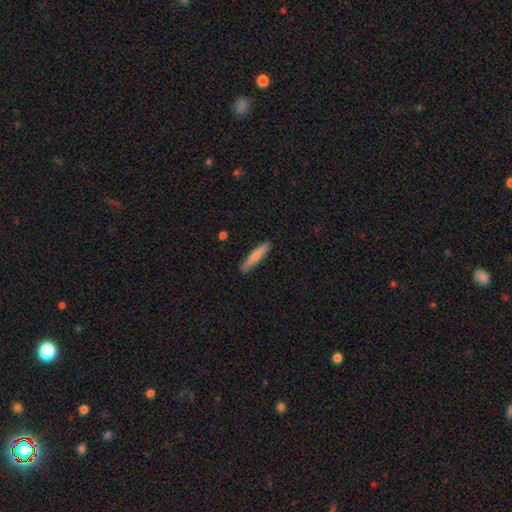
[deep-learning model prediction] A smooth galaxy with no disk features (66%) that is cigar-shaped (91%). Merging: none (87%).